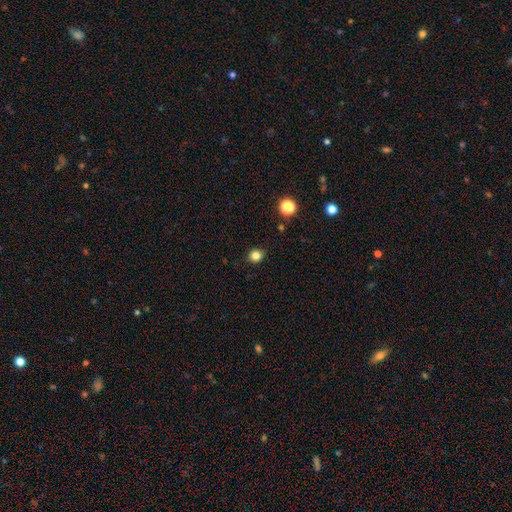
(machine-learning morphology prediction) smooth_or_featured: smooth (p=0.82) [alt: star or artifact p=0.13]
how_rounded: round (p=0.75) [alt: in between p=0.24]
merging: none (p=0.88) [alt: minor disturbance p=0.09]